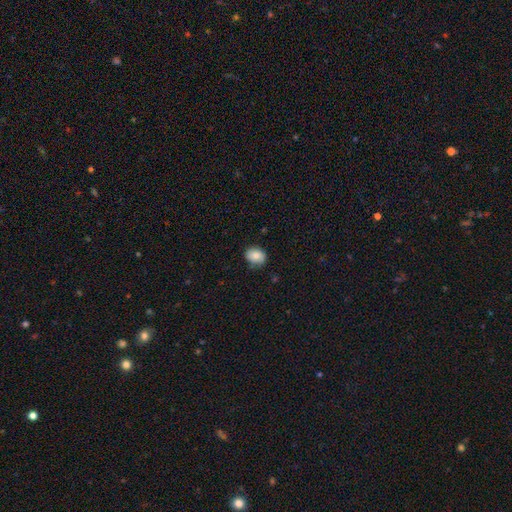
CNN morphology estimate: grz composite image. It shows a smooth galaxy with no disk features (81%) that is in between round and cigar-shaped (57%). Merging: none (75%).